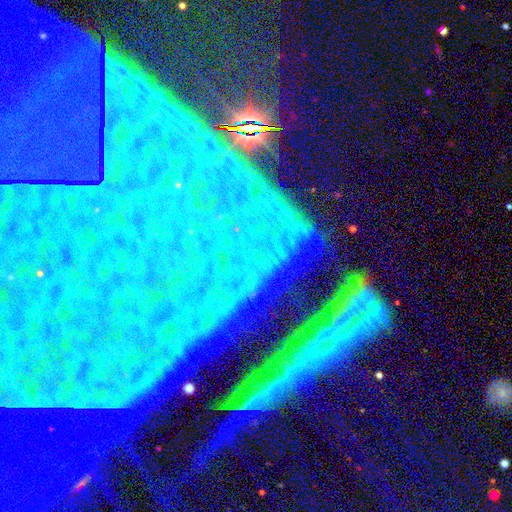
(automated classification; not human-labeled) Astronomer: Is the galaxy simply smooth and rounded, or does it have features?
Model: star or artifact — 80%.